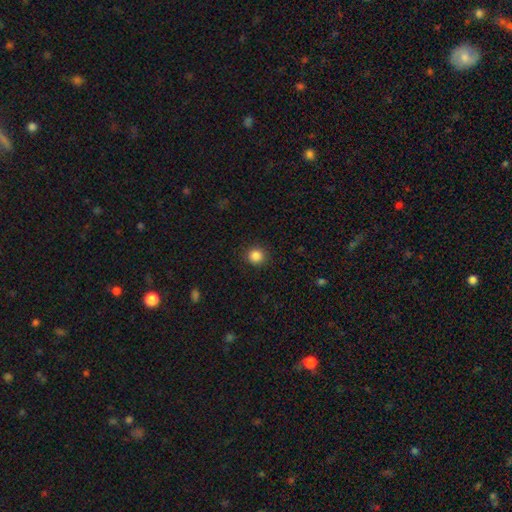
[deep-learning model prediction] Smooth or featured: smooth — 86% (star or artifact — 10%)
How rounded: round — 92% (in between — 7%)
Merging: none — 91% (minor disturbance — 6%)